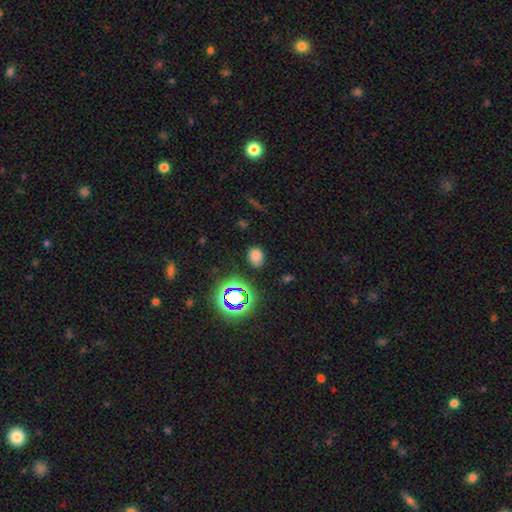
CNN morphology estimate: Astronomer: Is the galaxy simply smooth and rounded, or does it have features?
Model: smooth — 70%.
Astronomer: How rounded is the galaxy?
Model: in between — 57% (runner-up: round, 41%).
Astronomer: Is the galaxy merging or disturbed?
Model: none — 81%.